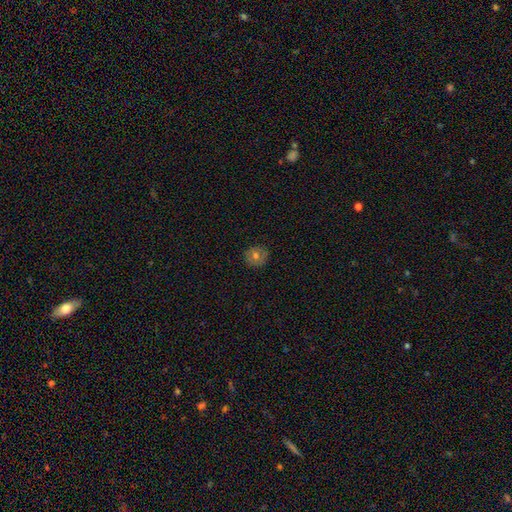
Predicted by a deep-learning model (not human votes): Overall: smooth (62%; featured or disk 26%). How rounded: round (86%). Merging: none (85%).